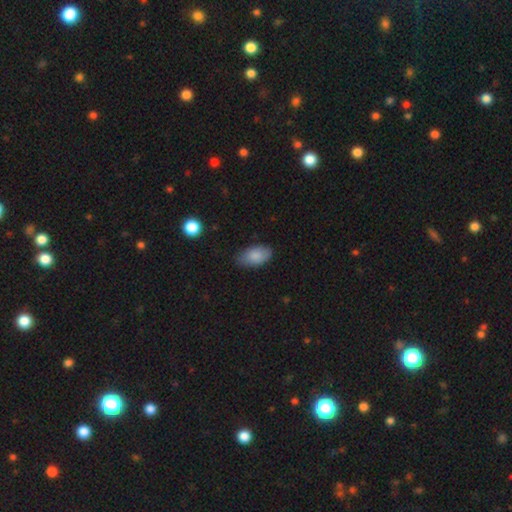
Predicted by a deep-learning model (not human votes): This appears to be a smooth galaxy with no disk features (84%) that is in between round and cigar-shaped (94%). Merging: none (77%).